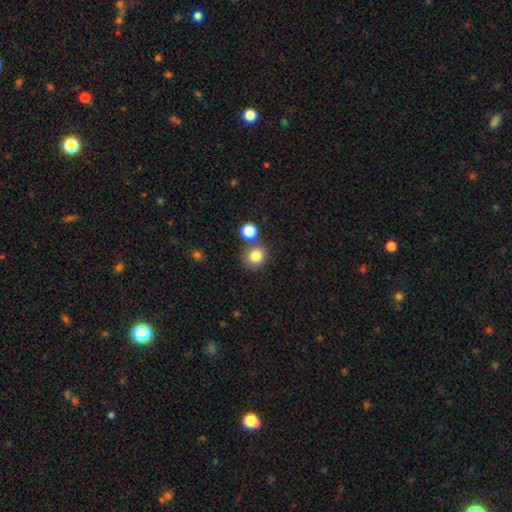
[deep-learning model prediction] Smooth or featured: smooth — 82% (star or artifact — 10%)
How rounded: round — 84% (in between — 15%)
Merging: none — 64% (merger — 22%)